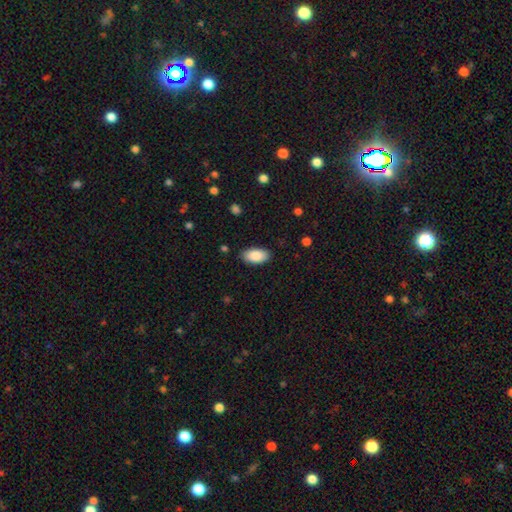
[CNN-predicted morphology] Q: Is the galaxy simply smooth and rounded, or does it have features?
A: smooth — 89%.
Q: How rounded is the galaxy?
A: in between — 95%.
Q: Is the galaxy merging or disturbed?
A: none — 86%.